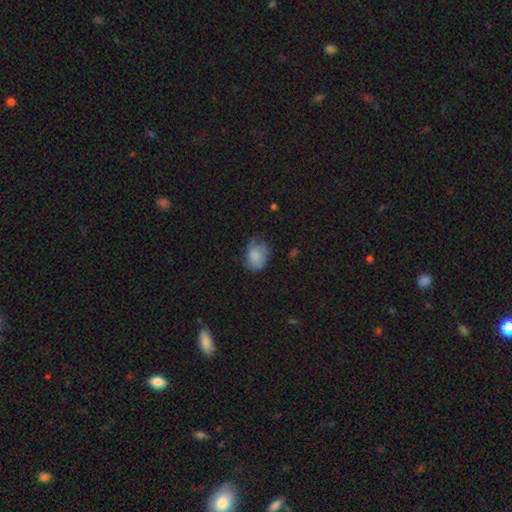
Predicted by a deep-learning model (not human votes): A smooth galaxy with no disk features (80%) that is in between round and cigar-shaped (64%).

Vote fractions:
- Smooth or featured? smooth: 80% / featured or disk: 11% / star or artifact: 8%
- How rounded? in between: 64% / round: 35% / cigar-shaped: 1%
- Merging? none: 52% / minor disturbance: 35% / major disturbance: 12% / merger: 2%